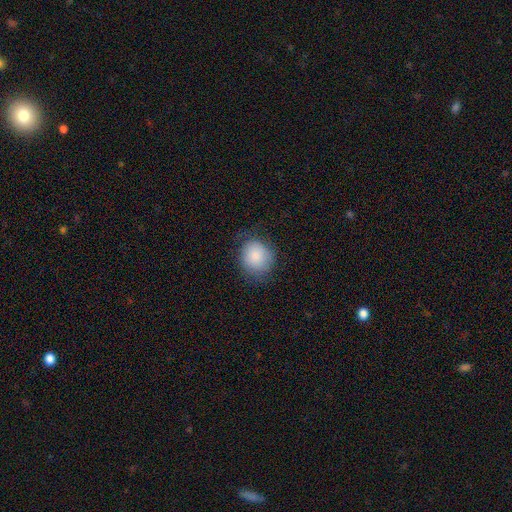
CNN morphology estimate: A smooth galaxy with no disk features (82%) that is round (73%). Merging: none (68%).